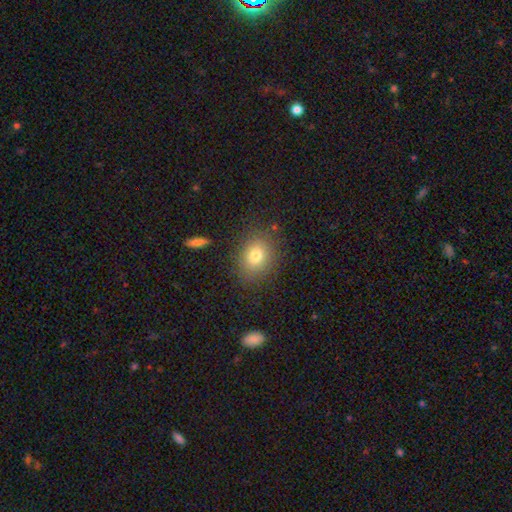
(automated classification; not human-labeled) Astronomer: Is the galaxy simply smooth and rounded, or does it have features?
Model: smooth — 78%.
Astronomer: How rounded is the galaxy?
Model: round — 56% (runner-up: in between, 43%).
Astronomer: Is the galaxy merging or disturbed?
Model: none — 83%.